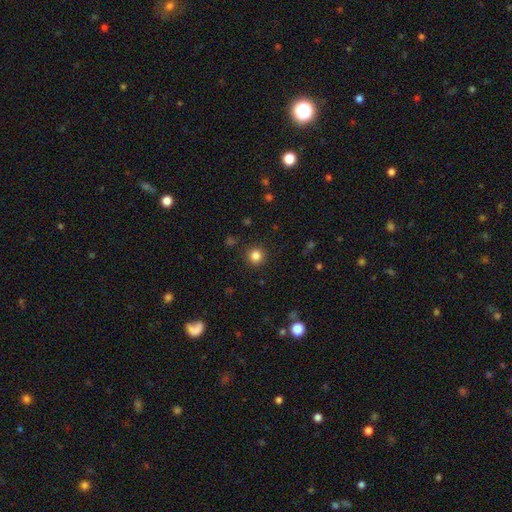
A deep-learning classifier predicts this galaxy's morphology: A smooth galaxy with no disk features (84%) that is round (95%).

Vote fractions:
- Smooth or featured? smooth: 84% / star or artifact: 12% / featured or disk: 4%
- How rounded? round: 95% / in between: 4% / cigar-shaped: 1%
- Merging? none: 91% / minor disturbance: 5% / major disturbance: 2% / merger: 1%